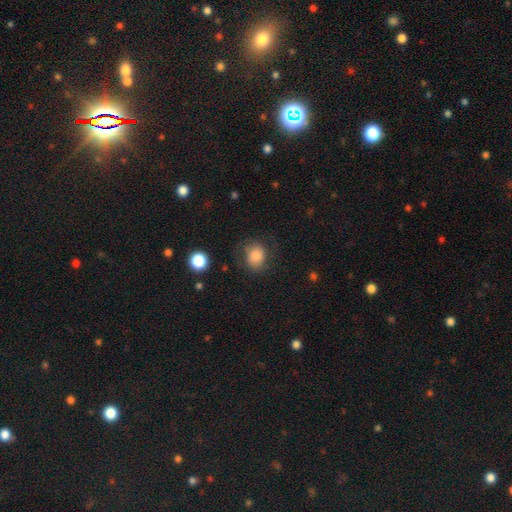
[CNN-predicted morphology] Smooth or featured? Predicted: smooth (p=0.80). How rounded? Predicted: round (p=0.60). Merging? Predicted: none (p=0.66).